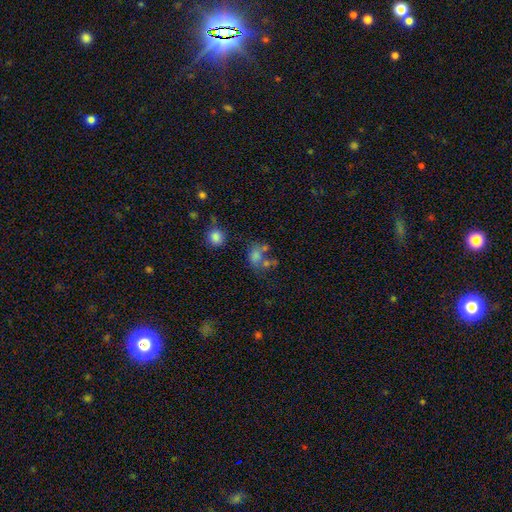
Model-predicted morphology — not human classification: A smooth galaxy with no disk features (64%) that is round (53%).

Vote fractions:
- Smooth or featured? smooth: 64% / star or artifact: 20% / featured or disk: 16%
- How rounded? round: 53% / in between: 46% / cigar-shaped: 2%
- Merging? none: 39% / merger: 33% / minor disturbance: 15% / major disturbance: 14%